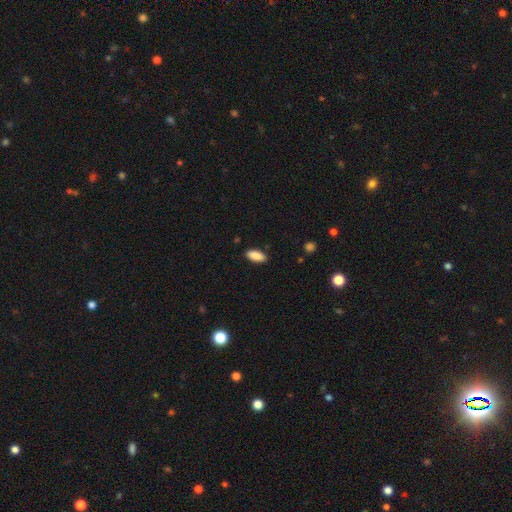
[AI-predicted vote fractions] smooth-or-featured: smooth: 89% | star or artifact: 7% | featured or disk: 4%
  how-rounded: in between: 86% | cigar-shaped: 12% | round: 2%
  merging: none: 87% | minor disturbance: 10% | major disturbance: 2% | merger: 1%